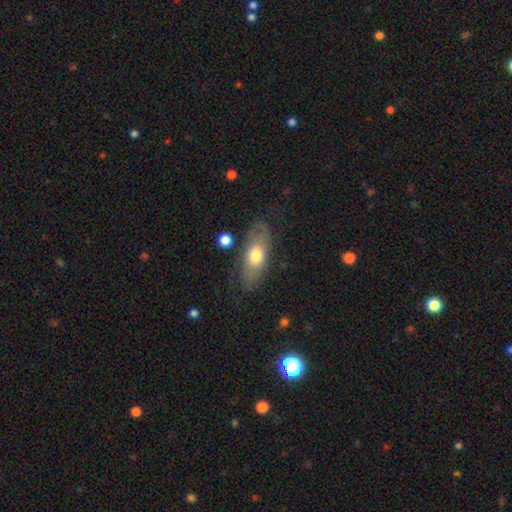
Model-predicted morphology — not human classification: Smooth or featured: smooth — 57% (featured or disk — 36%)
How rounded: in between — 81% (cigar-shaped — 14%)
Merging: none — 70% (minor disturbance — 19%)